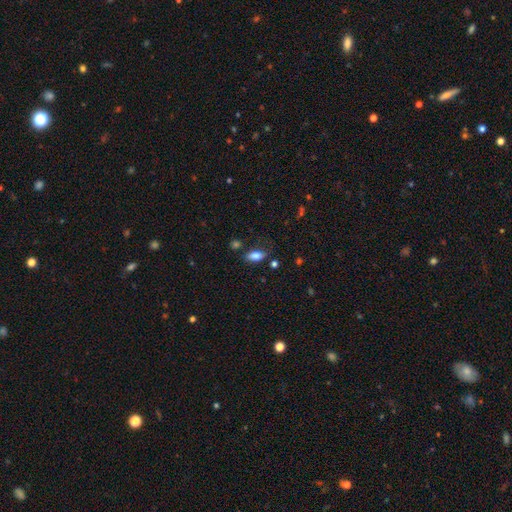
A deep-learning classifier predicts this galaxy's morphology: type=smooth (81%); roundness=in between (86%); merging=none (77%).